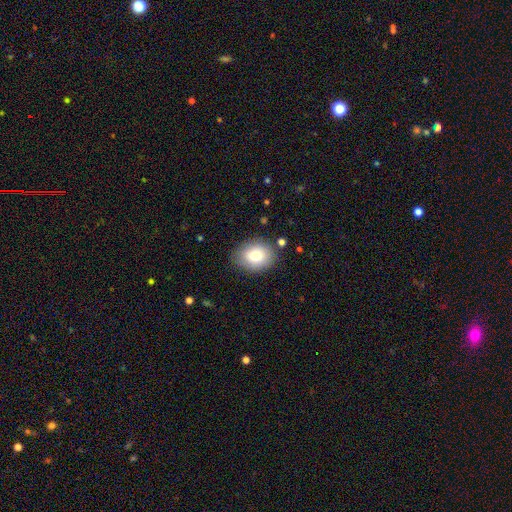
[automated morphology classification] Overall: smooth (81%). How rounded: in between (66%; round 33%). Merging: none (82%).